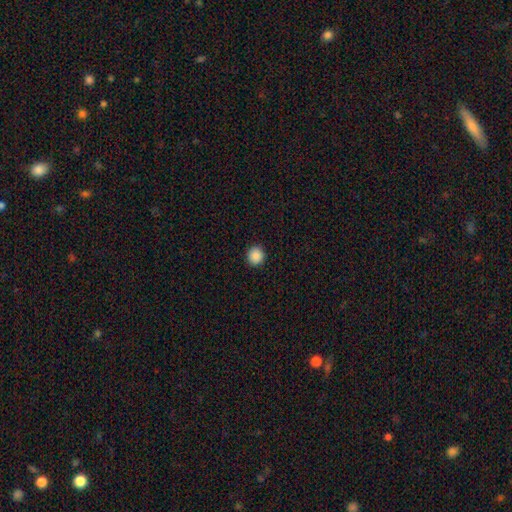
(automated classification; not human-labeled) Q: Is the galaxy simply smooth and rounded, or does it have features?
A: smooth — 89%.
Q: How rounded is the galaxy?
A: round — 92%.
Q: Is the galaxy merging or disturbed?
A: none — 93%.